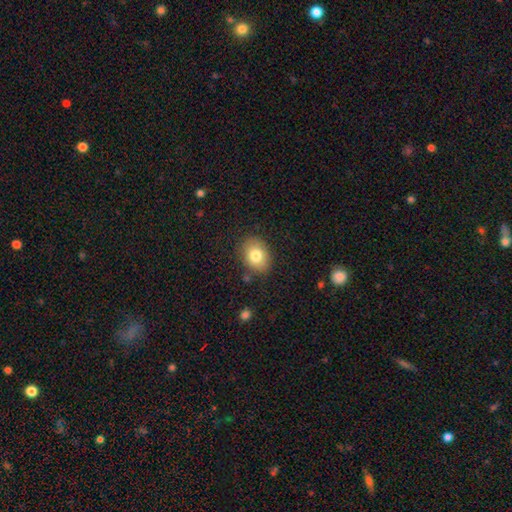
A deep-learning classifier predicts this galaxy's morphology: Smooth or featured? Predicted: smooth (p=0.79). How rounded? Predicted: in between (p=0.61). Merging? Predicted: none (p=0.83).